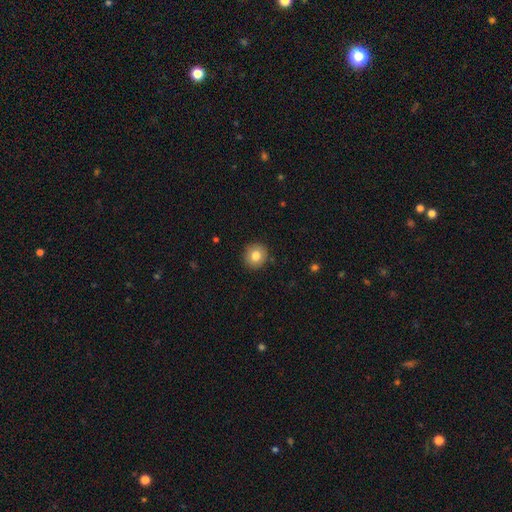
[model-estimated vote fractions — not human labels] This appears to be a smooth galaxy with no disk features (81%) that is round (88%). Merging: none (90%).